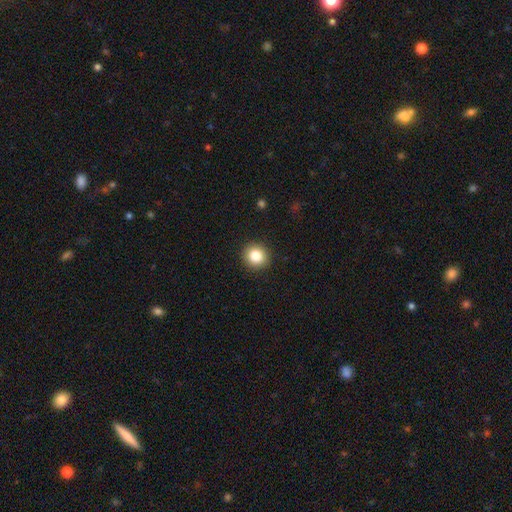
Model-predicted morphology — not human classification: This appears to be a smooth galaxy with no disk features (85%) that is round (89%). Merging: none (92%).